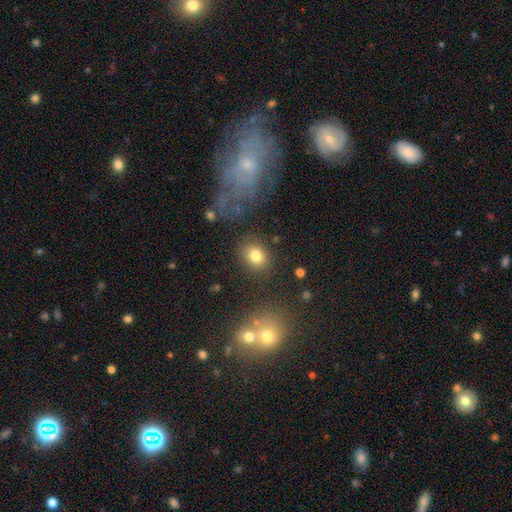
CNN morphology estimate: Smooth or featured? smooth (79%)
How rounded? round (54%)
Merging? none (82%)